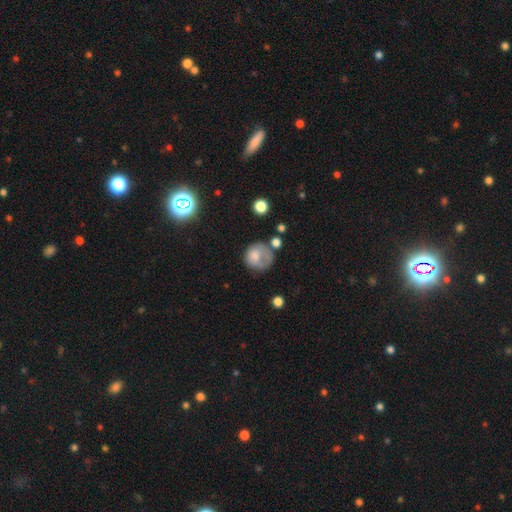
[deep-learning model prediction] Smooth or featured?
  - smooth: 68% *
  - featured or disk: 21%
  - star or artifact: 10%
How rounded?
  - round: 79% *
  - in between: 20%
  - cigar-shaped: 1%
Merging?
  - none: 43% *
  - minor disturbance: 26%
  - major disturbance: 24%
  - merger: 8%